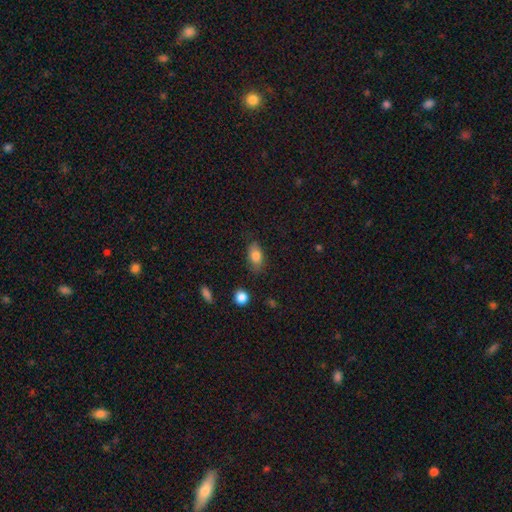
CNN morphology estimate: Smooth or featured? Predicted: smooth (p=0.81). How rounded? Predicted: in between (p=0.87). Merging? Predicted: none (p=0.77).